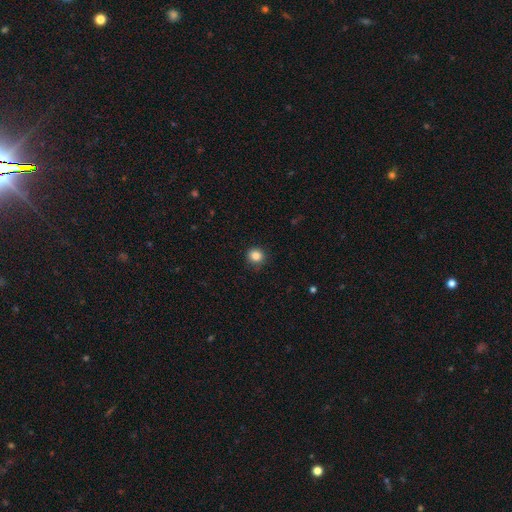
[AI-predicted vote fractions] A smooth galaxy with no disk features (85%) that is round (91%).

Vote fractions:
- Smooth or featured? smooth: 85% / star or artifact: 11% / featured or disk: 4%
- How rounded? round: 91% / in between: 8% / cigar-shaped: 1%
- Merging? none: 87% / minor disturbance: 10% / major disturbance: 2% / merger: 1%